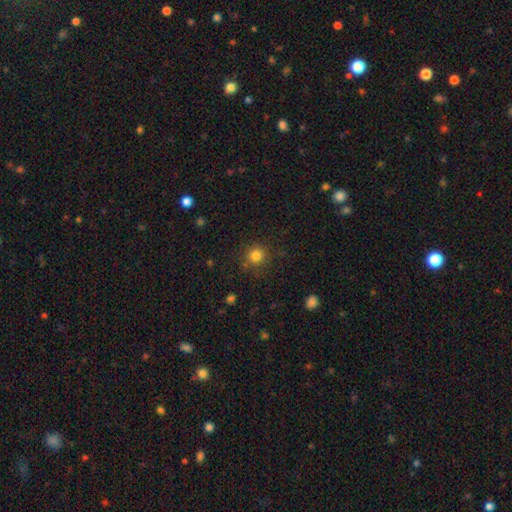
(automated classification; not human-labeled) A smooth galaxy with no disk features (81%) that is round (93%). Merging: none (84%).